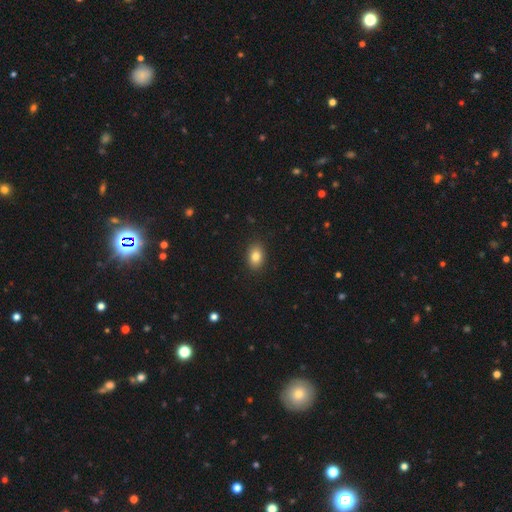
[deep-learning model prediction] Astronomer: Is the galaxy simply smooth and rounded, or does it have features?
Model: smooth — 83%.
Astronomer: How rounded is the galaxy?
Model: in between — 79%.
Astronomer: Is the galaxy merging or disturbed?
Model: none — 89%.